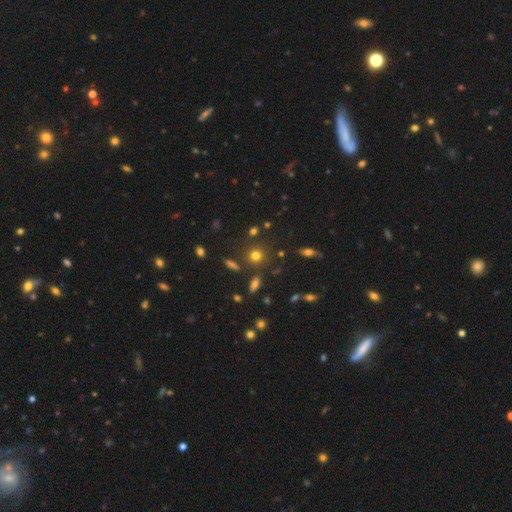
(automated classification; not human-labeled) Smooth or featured: smooth — 73% (star or artifact — 18%)
How rounded: round — 87% (in between — 11%)
Merging: none — 82% (minor disturbance — 8%)